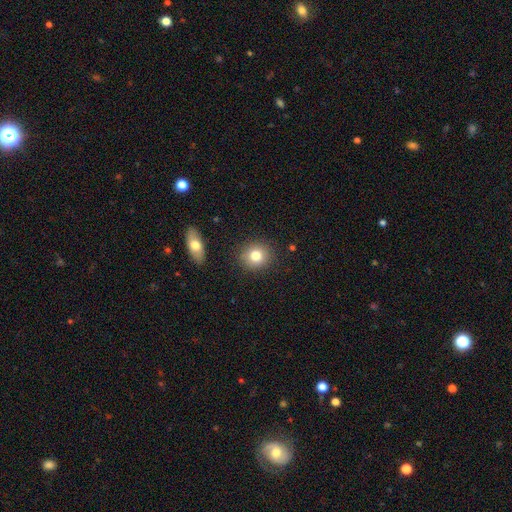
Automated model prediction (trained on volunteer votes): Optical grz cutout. It shows a smooth galaxy with no disk features (80%) that is round (86%). Merging: none (88%).